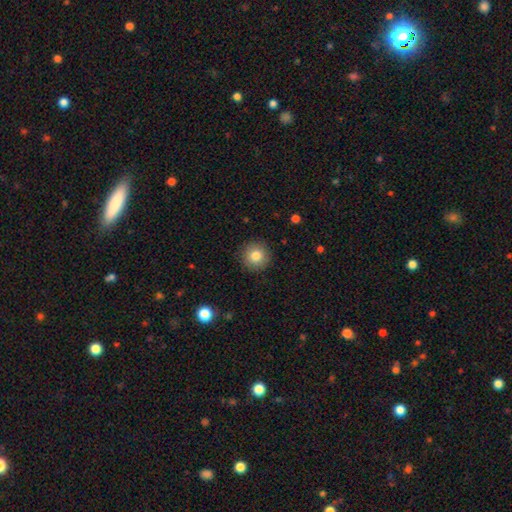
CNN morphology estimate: Q: Smooth or featured?
A: smooth (82%); runner-up: star or artifact (10%)
Q: How rounded?
A: round (94%); runner-up: in between (5%)
Q: Merging?
A: none (91%); runner-up: minor disturbance (6%)